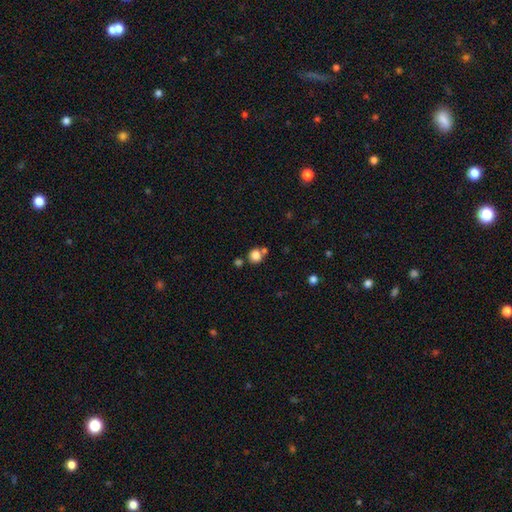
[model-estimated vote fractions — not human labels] This is clearly a smooth galaxy (83%). How rounded: clearly round (90%). Merging: likely none (66%).